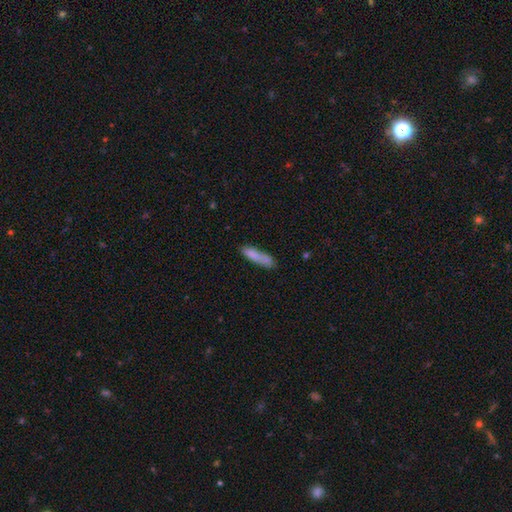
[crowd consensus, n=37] smooth_or_featured: smooth (p=0.84) [alt: featured or disk p=0.14]
how_rounded: cigar-shaped (p=0.74) [alt: in between p=0.26]
merging: none (p=0.56) [alt: minor disturbance p=0.19]